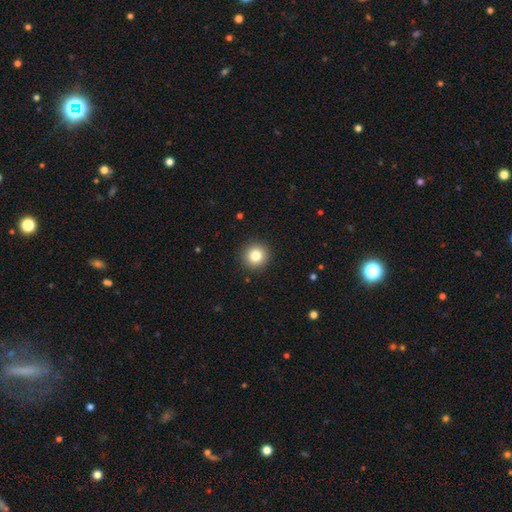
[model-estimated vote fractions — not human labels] A smooth galaxy with no disk features (81%) that is round (94%).

Vote fractions:
- Smooth or featured? smooth: 81% / star or artifact: 11% / featured or disk: 8%
- How rounded? round: 94% / in between: 5% / cigar-shaped: 1%
- Merging? none: 92% / minor disturbance: 5% / major disturbance: 2% / merger: 1%